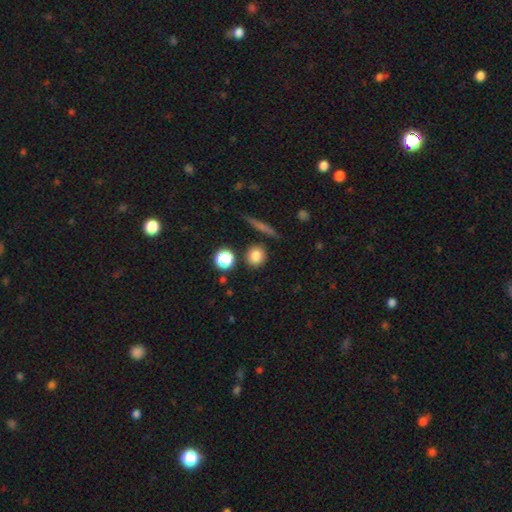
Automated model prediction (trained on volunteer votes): The model was most divided on "smooth or featured": smooth: 82%, star or artifact: 11%, featured or disk: 7%. More confident: how rounded — round (85%); merging — none (84%).